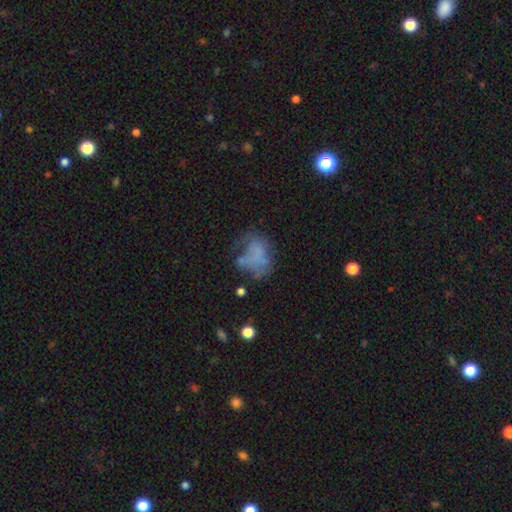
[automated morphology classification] This appears to be a smooth galaxy with no disk features (50%) that is in between round and cigar-shaped (66%). Merging: major disturbance (35%).